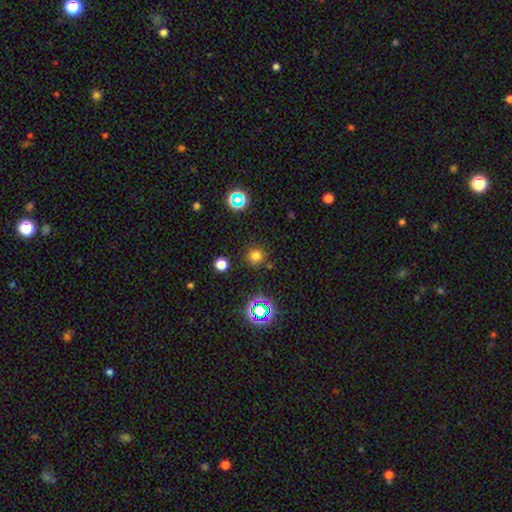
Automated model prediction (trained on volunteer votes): Smooth or featured? Predicted: smooth (p=0.71). How rounded? Predicted: round (p=0.93). Merging? Predicted: none (p=0.85).